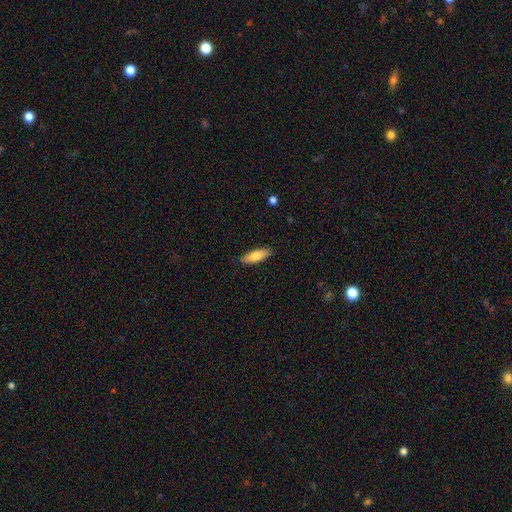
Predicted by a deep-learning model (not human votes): Smooth or featured: smooth — 76% (featured or disk — 18%)
How rounded: in between — 53% (cigar-shaped — 45%)
Merging: none — 88% (minor disturbance — 9%)